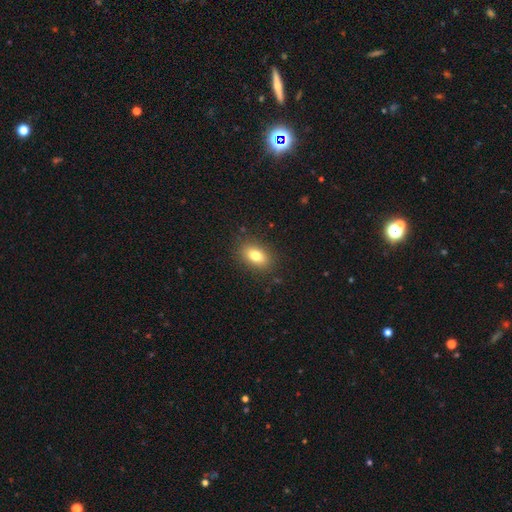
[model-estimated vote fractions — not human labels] Smooth or featured? Predicted: smooth (p=0.78). How rounded? Predicted: in between (p=0.84). Merging? Predicted: none (p=0.87).